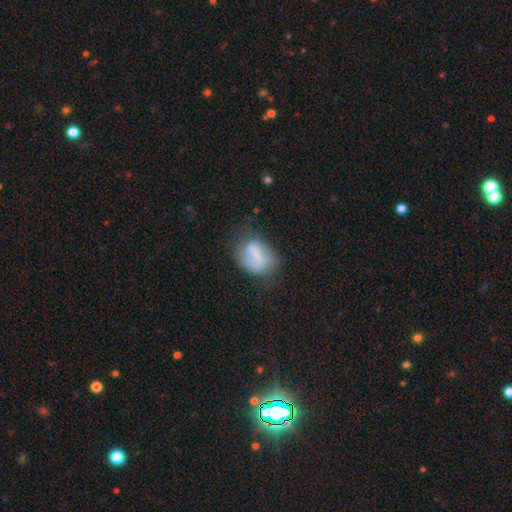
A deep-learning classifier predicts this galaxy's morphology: smooth_or_featured: smooth (p=0.62) [alt: featured or disk p=0.28]
how_rounded: in between (p=0.70) [alt: round p=0.27]
merging: none (p=0.48) [alt: minor disturbance p=0.29]